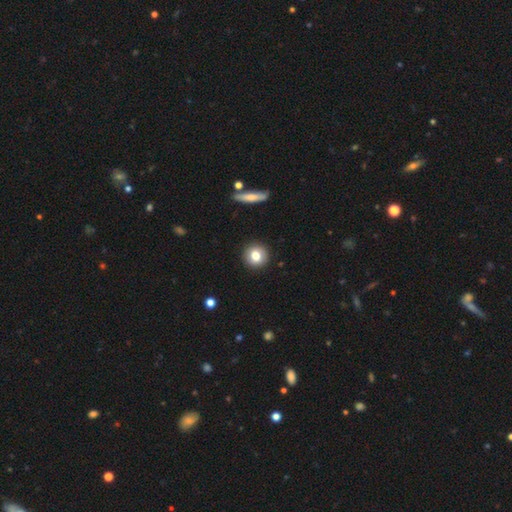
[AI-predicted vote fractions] The model was most divided on "smooth or featured": smooth: 78%, featured or disk: 13%, star or artifact: 9%. More confident: how rounded — round (93%); merging — none (91%).